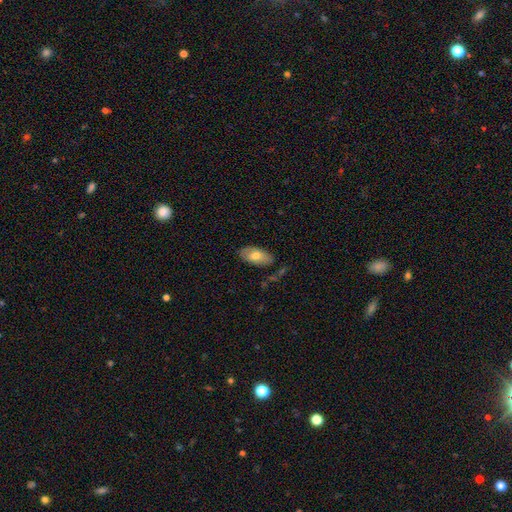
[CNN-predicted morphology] Q: Smooth or featured?
A: smooth (71%); runner-up: featured or disk (23%)
Q: How rounded?
A: in between (93%); runner-up: cigar-shaped (4%)
Q: Merging?
A: none (78%); runner-up: minor disturbance (15%)